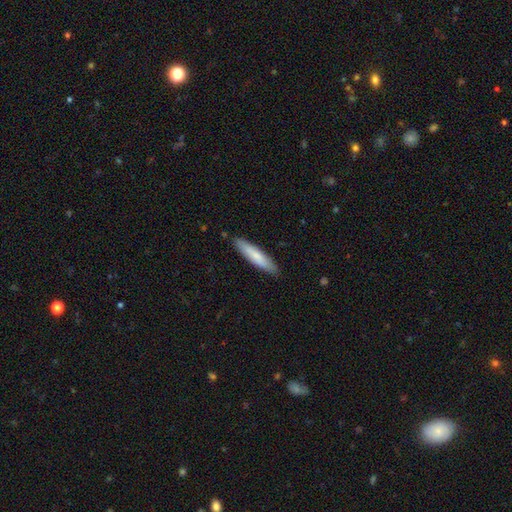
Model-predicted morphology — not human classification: Smooth or featured? smooth (77%)
How rounded? cigar-shaped (84%)
Merging? none (89%)